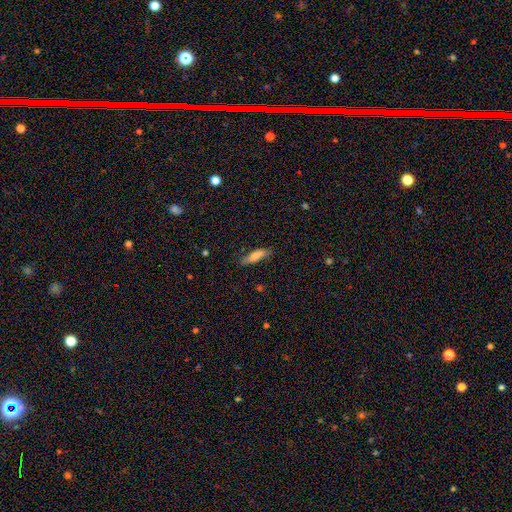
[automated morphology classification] The model was most divided on "how rounded": cigar-shaped: 69%, in between: 29%, round: 2%. More confident: merging — none (78%); smooth or featured — smooth (76%).